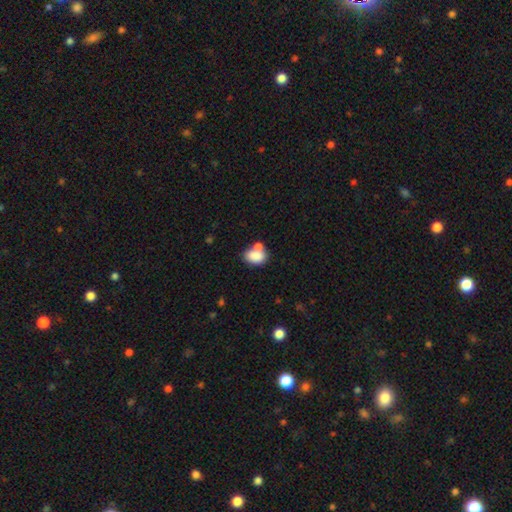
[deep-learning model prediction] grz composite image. It shows a smooth galaxy with no disk features (82%) that is in between round and cigar-shaped (80%). Merging: none (44%).